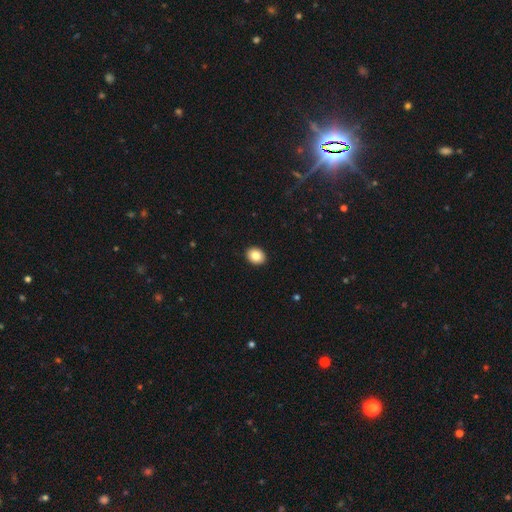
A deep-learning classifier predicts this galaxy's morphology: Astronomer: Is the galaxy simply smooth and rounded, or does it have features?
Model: smooth — 85%.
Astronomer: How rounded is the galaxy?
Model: round — 51% (runner-up: in between, 48%).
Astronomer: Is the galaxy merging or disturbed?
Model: none — 92%.